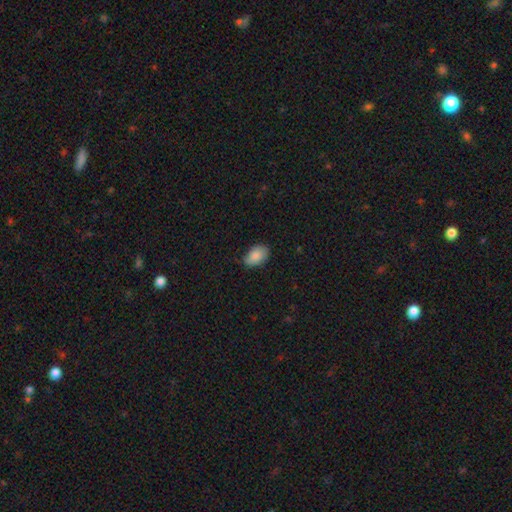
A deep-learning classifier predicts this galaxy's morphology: smooth_or_featured: smooth (p=0.86) [alt: star or artifact p=0.07]
how_rounded: in between (p=0.88) [alt: round p=0.10]
merging: none (p=0.67) [alt: minor disturbance p=0.28]